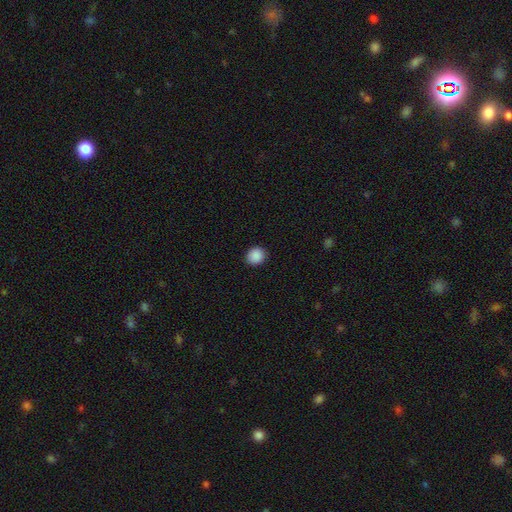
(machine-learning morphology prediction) A smooth galaxy with no disk features (89%) that is round (83%). Merging: none (91%).